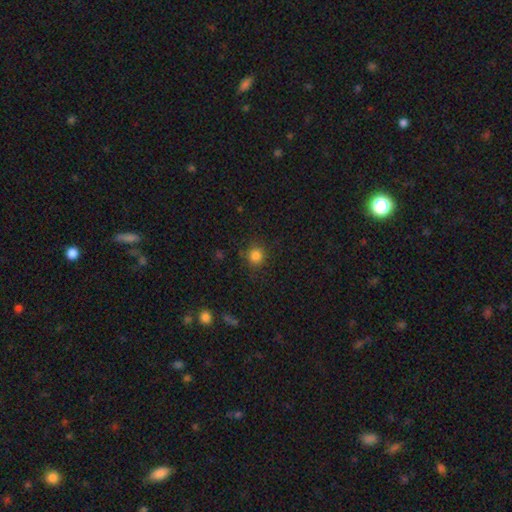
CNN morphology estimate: A smooth galaxy with no disk features (83%) that is round (90%).

Vote fractions:
- Smooth or featured? smooth: 83% / star or artifact: 12% / featured or disk: 4%
- How rounded? round: 90% / in between: 9% / cigar-shaped: 1%
- Merging? none: 85% / minor disturbance: 10% / major disturbance: 4% / merger: 2%